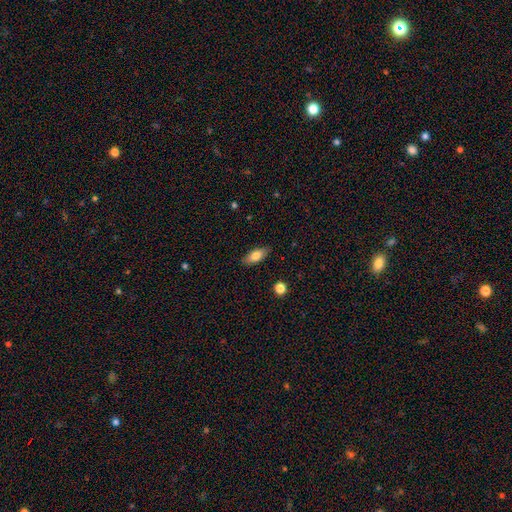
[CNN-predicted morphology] Smooth or featured? smooth (78%)
How rounded? in between (82%)
Merging? none (86%)